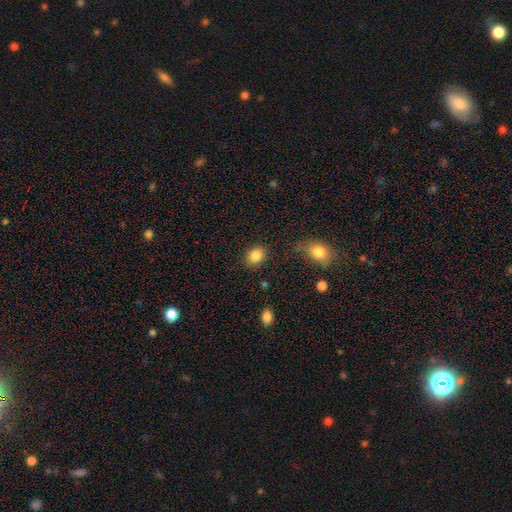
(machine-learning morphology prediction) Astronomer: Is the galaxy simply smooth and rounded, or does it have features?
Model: smooth — 86%.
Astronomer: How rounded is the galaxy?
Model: in between — 51% (runner-up: round, 48%).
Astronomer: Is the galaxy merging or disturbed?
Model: none — 84%.